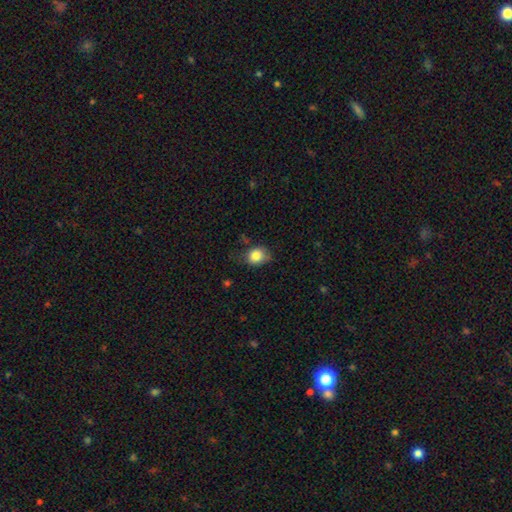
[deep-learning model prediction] Q: Smooth or featured?
A: smooth (83%); runner-up: star or artifact (9%)
Q: How rounded?
A: round (56%); runner-up: in between (43%)
Q: Merging?
A: none (64%); runner-up: minor disturbance (27%)